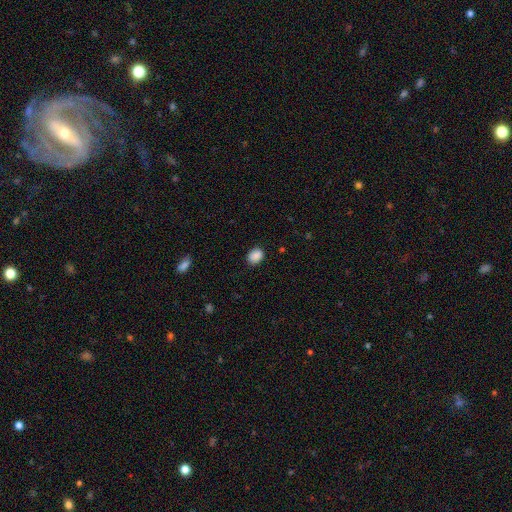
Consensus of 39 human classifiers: Smooth or featured? smooth (85%)
How rounded? in between (67%)
Merging? none (92%)